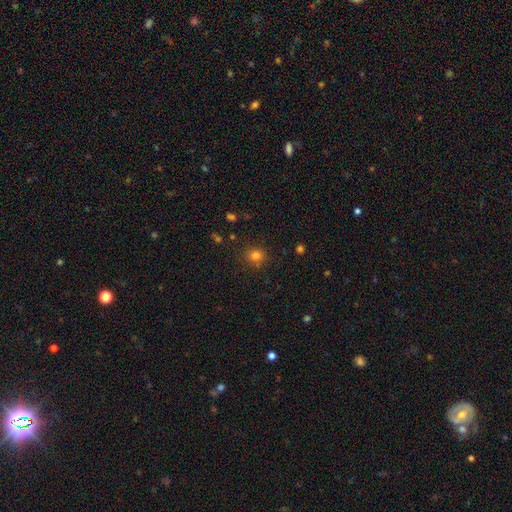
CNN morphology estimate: smooth_or_featured: smooth (p=0.80) [alt: star or artifact p=0.15]
how_rounded: round (p=0.83) [alt: in between p=0.16]
merging: none (p=0.85) [alt: minor disturbance p=0.10]